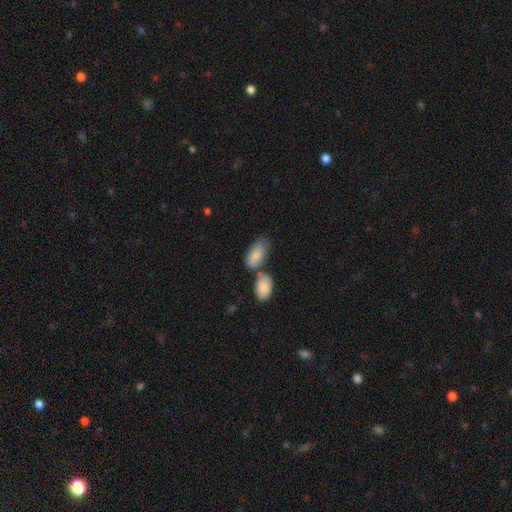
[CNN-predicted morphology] This is clearly a smooth galaxy (85%). How rounded: clearly in between (93%). Merging: marginally none (43%).